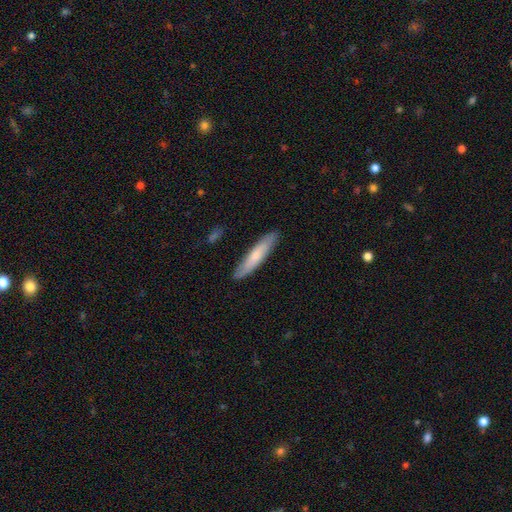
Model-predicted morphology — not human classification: Overall: smooth (69%). How rounded: cigar-shaped (87%). Merging: none (87%).